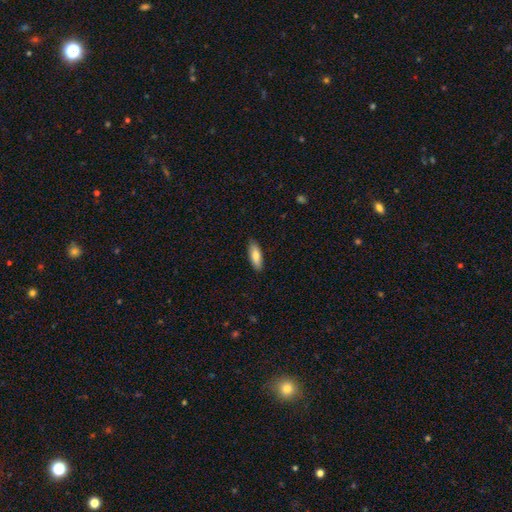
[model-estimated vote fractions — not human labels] Smooth or featured? smooth (79%)
How rounded? in between (60%)
Merging? none (87%)